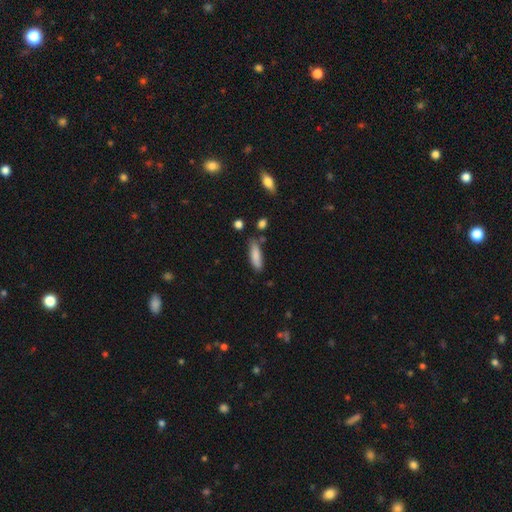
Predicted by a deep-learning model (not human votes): A smooth galaxy with no disk features (84%) that is cigar-shaped (55%).

Vote fractions:
- Smooth or featured? smooth: 84% / featured or disk: 10% / star or artifact: 7%
- How rounded? cigar-shaped: 55% / in between: 43% / round: 2%
- Merging? none: 73% / minor disturbance: 18% / merger: 5% / major disturbance: 4%